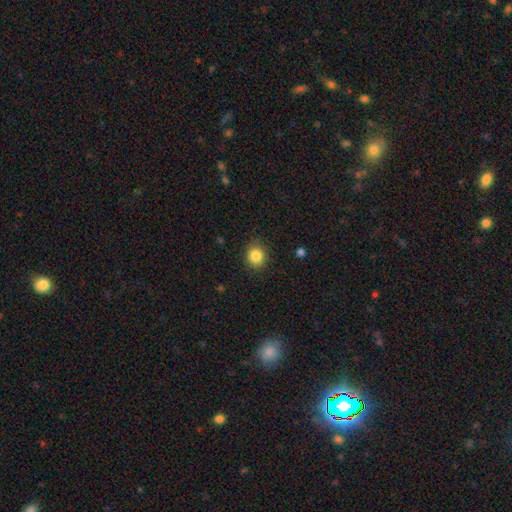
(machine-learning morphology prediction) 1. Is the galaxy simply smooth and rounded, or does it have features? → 85% smooth, 10% star or artifact, 5% featured or disk.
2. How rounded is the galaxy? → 78% round, 21% in between, 1% cigar-shaped.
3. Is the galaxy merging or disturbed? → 87% none, 9% minor disturbance, 3% major disturbance, 1% merger.